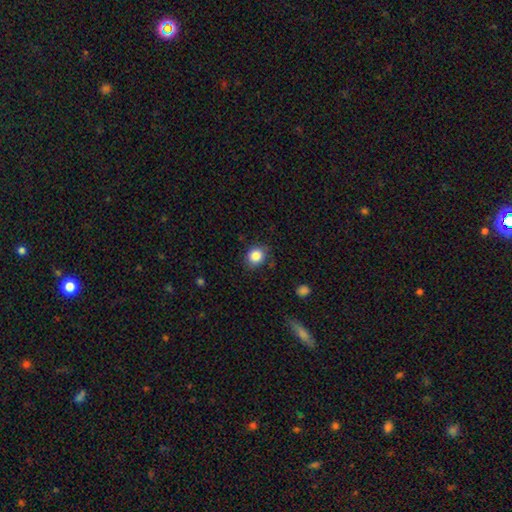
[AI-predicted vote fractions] Smooth or featured: smooth — 85% (star or artifact — 10%)
How rounded: round — 70% (in between — 30%)
Merging: none — 84% (minor disturbance — 12%)